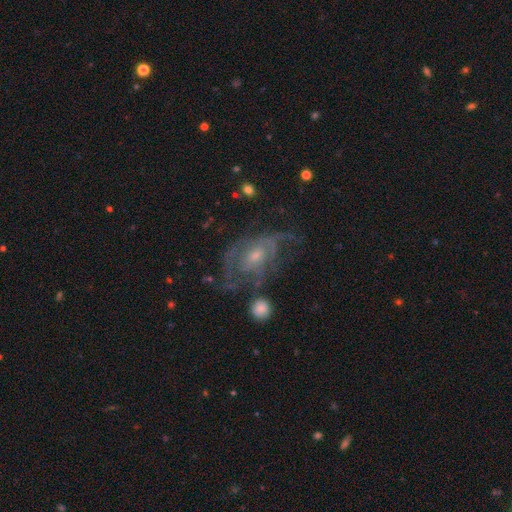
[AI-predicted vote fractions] Smooth or featured? Predicted: featured or disk (p=0.77). Edge-on disk? Predicted: no (p=0.96). Bar? Predicted: no (p=0.66). Spiral arms? Predicted: yes (p=0.78). Spiral winding? Predicted: medium (p=0.40). Spiral arm count? Predicted: can't tell (p=0.45). Bulge size? Predicted: small (p=0.51). Merging? Predicted: none (p=0.43).